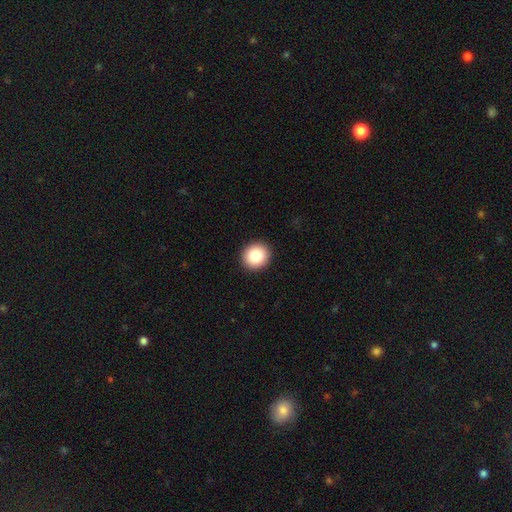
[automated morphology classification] Smooth or featured?
  - smooth: 86% *
  - star or artifact: 8%
  - featured or disk: 6%
How rounded?
  - round: 90% *
  - in between: 10%
  - cigar-shaped: 1%
Merging?
  - none: 93% *
  - minor disturbance: 5%
  - major disturbance: 1%
  - merger: 1%